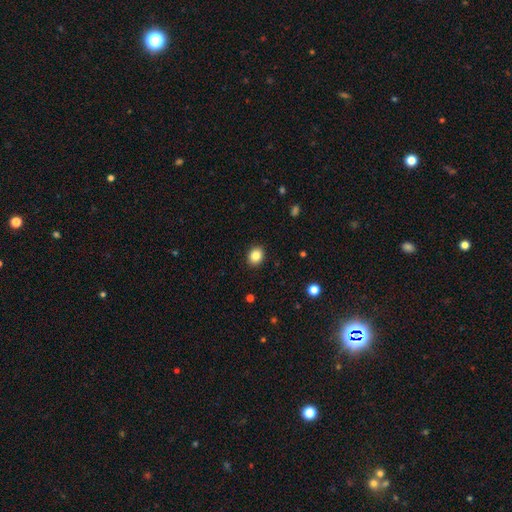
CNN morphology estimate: Overall: smooth (85%). How rounded: round (59%; in between 40%). Merging: none (91%).